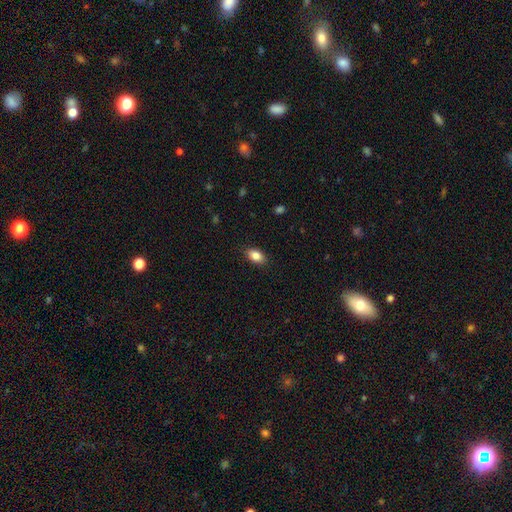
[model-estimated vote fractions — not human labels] smooth_or_featured: smooth (p=0.85) [alt: star or artifact p=0.08]
how_rounded: in between (p=0.88) [alt: round p=0.09]
merging: none (p=0.87) [alt: minor disturbance p=0.10]